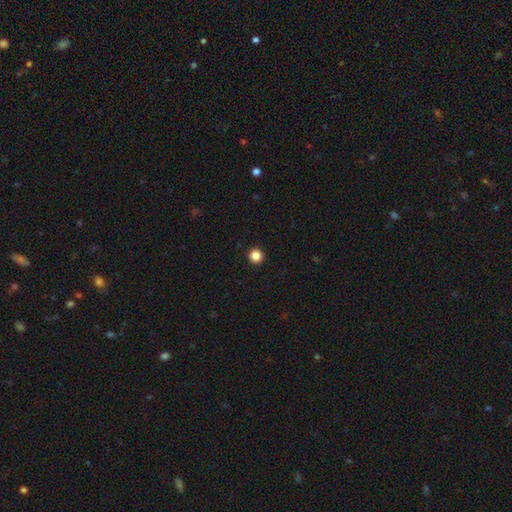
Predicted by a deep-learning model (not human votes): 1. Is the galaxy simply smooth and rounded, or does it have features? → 86% smooth, 11% star or artifact, 3% featured or disk.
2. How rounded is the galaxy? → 96% round, 3% in between, 1% cigar-shaped.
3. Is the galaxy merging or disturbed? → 94% none, 3% minor disturbance, 1% major disturbance, 1% merger.